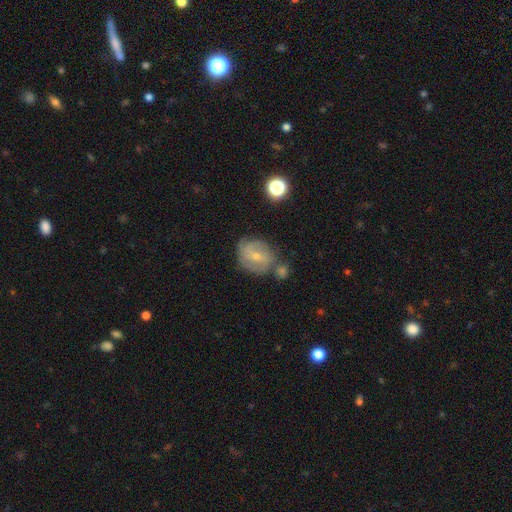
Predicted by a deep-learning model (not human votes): A featured or disk galaxy (62%) with a weak bar (49%), spiral arms (82%) and a small central bulge (62%).

Vote fractions:
- Smooth or featured? featured or disk: 62% / smooth: 29% / star or artifact: 9%
- Edge-on disk? no: 97% / yes: 3%
- Bar? weak: 49% / no: 38% / strong: 13%
- Spiral arms? yes: 82% / no: 18%
- Bulge size? small: 62% / moderate: 34% / none: 2% / large: 1% / dominant: 1%
- Merging? none: 57% / minor disturbance: 21% / merger: 15% / major disturbance: 7%